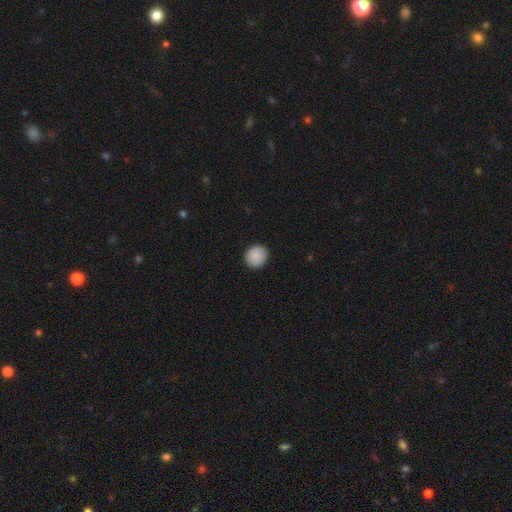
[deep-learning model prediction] A smooth galaxy with no disk features (89%) that is round (89%).

Vote fractions:
- Smooth or featured? smooth: 89% / star or artifact: 7% / featured or disk: 4%
- How rounded? round: 89% / in between: 10% / cigar-shaped: 1%
- Merging? none: 90% / minor disturbance: 7% / major disturbance: 2% / merger: 1%